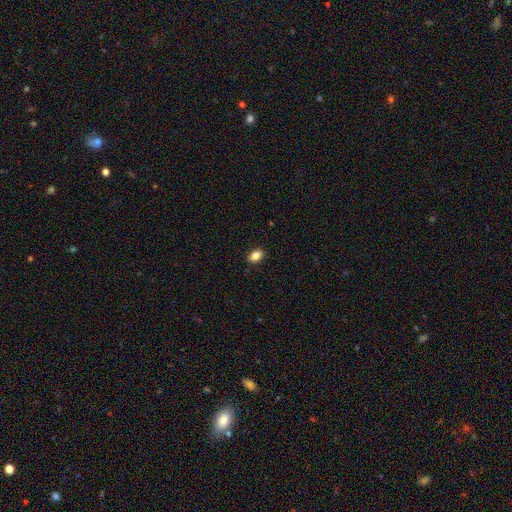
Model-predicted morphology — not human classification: Smooth or featured: smooth — 85% (star or artifact — 9%)
How rounded: in between — 83% (round — 14%)
Merging: none — 88% (minor disturbance — 9%)